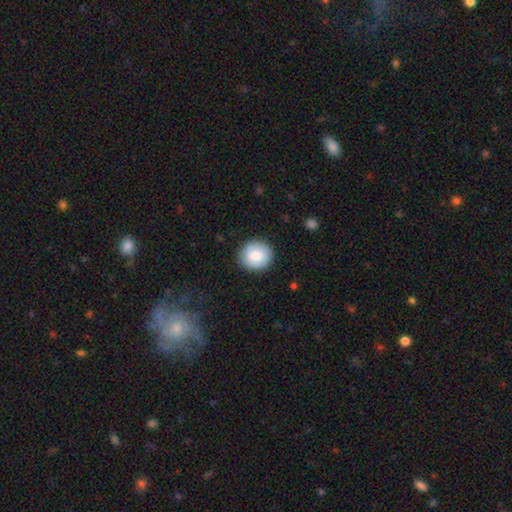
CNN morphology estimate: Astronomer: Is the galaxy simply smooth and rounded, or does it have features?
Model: smooth — 82%.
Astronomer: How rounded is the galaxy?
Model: round — 88%.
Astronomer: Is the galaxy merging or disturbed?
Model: none — 87%.